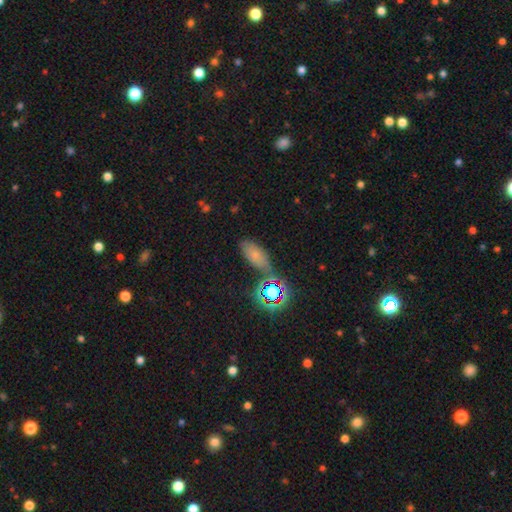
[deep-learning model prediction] smooth 57%, star or artifact 28%, featured or disk 16%. Down the decision tree: how rounded — in between (83%); merging — none (65%).